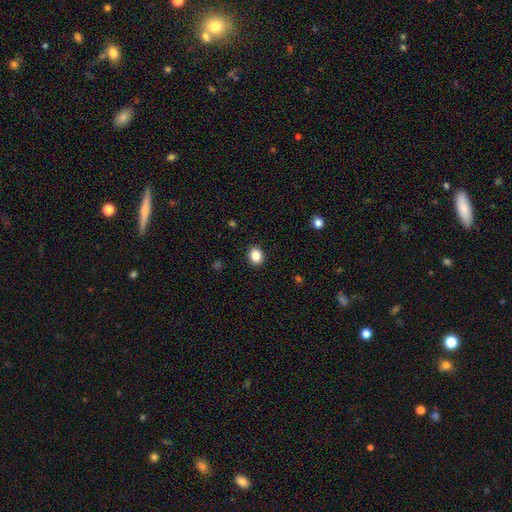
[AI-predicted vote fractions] Q: Smooth or featured?
A: smooth (85%); runner-up: star or artifact (10%)
Q: How rounded?
A: round (59%); runner-up: in between (40%)
Q: Merging?
A: none (91%); runner-up: minor disturbance (6%)